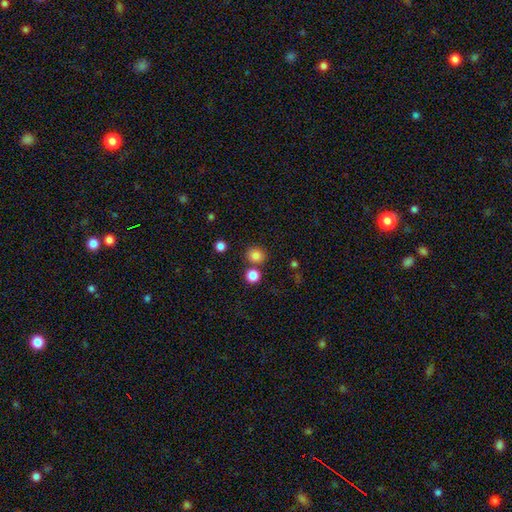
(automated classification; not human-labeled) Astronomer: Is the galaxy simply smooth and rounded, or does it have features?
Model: smooth — 82%.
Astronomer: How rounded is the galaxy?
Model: round — 82%.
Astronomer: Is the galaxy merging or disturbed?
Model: none — 77%.